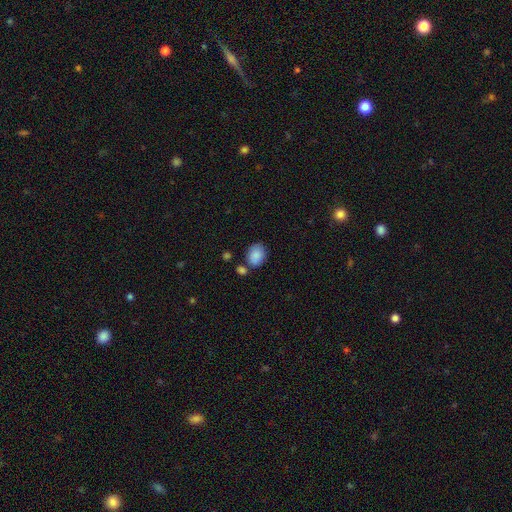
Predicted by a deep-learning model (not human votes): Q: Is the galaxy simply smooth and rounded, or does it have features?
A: smooth — 87%.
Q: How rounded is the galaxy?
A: in between — 57%.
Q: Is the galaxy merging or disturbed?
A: none — 66%.